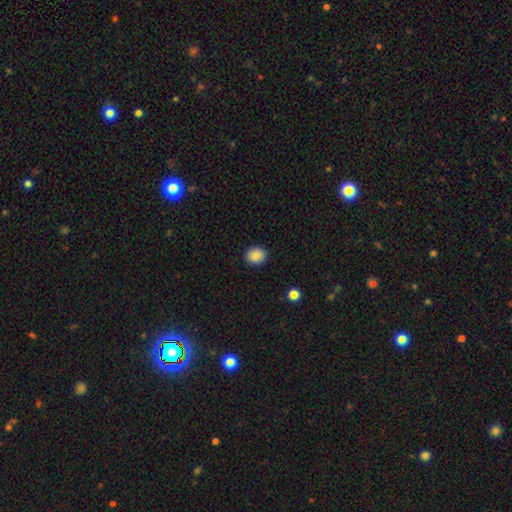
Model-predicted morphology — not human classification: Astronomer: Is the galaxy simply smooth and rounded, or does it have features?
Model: smooth — 88%.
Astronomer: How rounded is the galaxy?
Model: round — 61% (runner-up: in between, 38%).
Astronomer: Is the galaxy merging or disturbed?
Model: none — 90%.